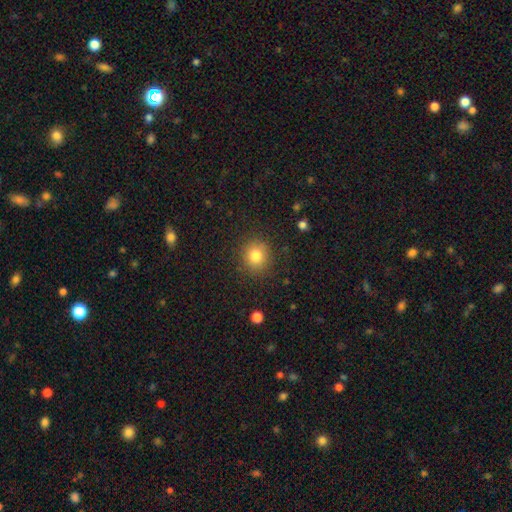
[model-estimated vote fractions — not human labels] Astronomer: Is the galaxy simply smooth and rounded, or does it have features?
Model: smooth — 82%.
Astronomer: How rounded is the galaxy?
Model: round — 87%.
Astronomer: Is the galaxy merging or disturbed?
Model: none — 87%.